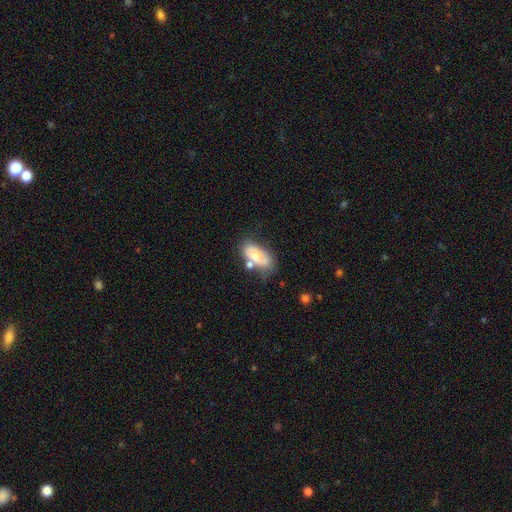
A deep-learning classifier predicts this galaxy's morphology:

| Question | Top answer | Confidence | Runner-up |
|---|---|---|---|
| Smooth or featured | smooth | 63% | featured or disk (30%) |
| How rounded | in between | 90% | round (5%) |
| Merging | none | 39% | merger (26%) |